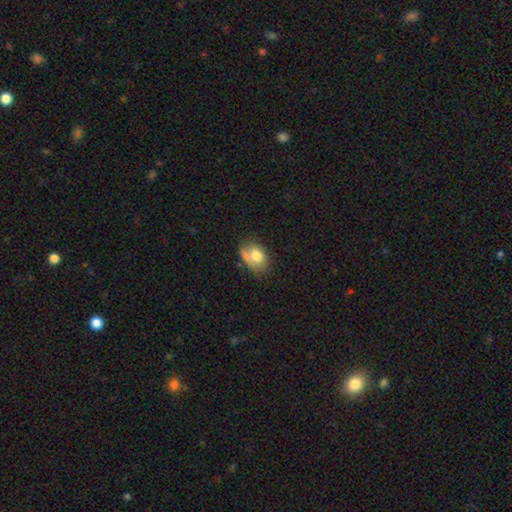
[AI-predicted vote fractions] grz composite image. It shows a smooth galaxy with no disk features (73%) that is in between round and cigar-shaped (77%). Merging: none (46%).